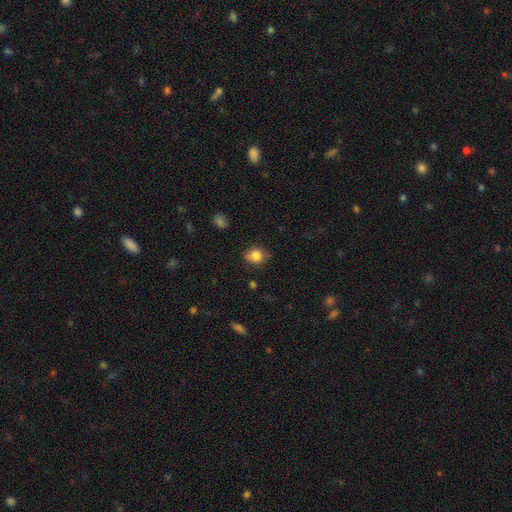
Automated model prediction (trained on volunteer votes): A smooth galaxy with no disk features (83%) that is round (75%).

Vote fractions:
- Smooth or featured? smooth: 83% / star or artifact: 10% / featured or disk: 7%
- How rounded? round: 75% / in between: 24% / cigar-shaped: 1%
- Merging? none: 73% / minor disturbance: 20% / major disturbance: 5% / merger: 2%